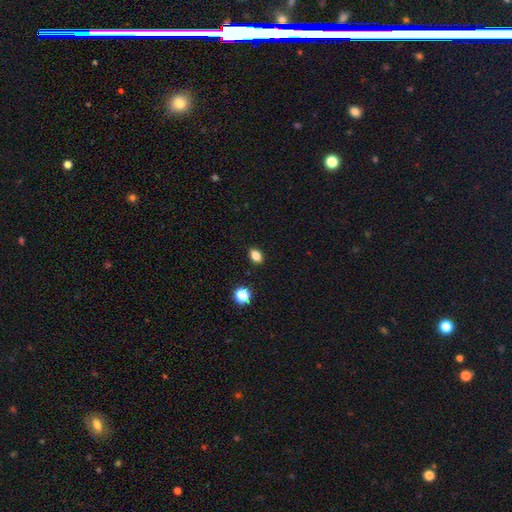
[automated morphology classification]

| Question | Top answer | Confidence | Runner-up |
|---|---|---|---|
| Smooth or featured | smooth | 83% | star or artifact (12%) |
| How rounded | in between | 78% | round (20%) |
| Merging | none | 89% | minor disturbance (7%) |